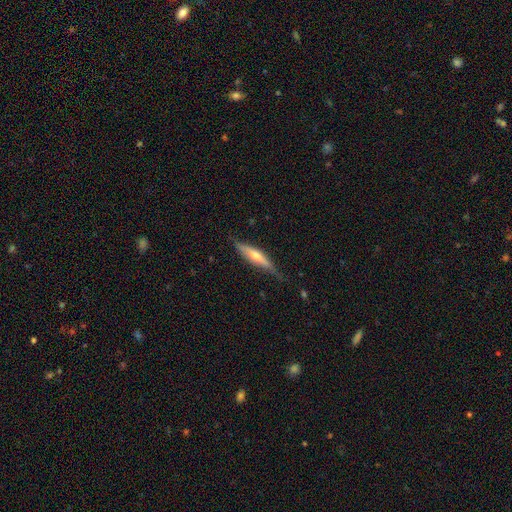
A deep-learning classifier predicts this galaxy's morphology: Smooth or featured? Predicted: featured or disk (p=0.60). Edge-on disk? Predicted: yes (p=0.93). Edge-on bulge? Predicted: rounded (p=0.83). Merging? Predicted: none (p=0.74).